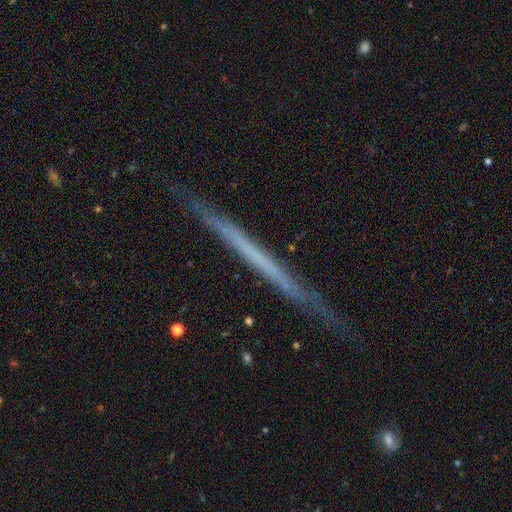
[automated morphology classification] Smooth or featured? featured or disk (62%)
Edge-on disk? yes (96%)
Edge-on bulge? none (94%)
Merging? none (87%)